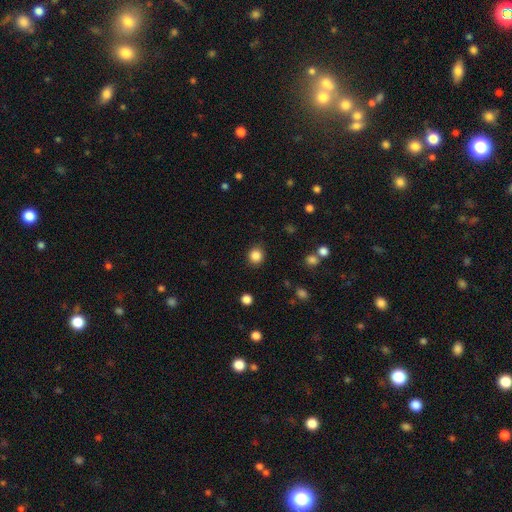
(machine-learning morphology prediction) Smooth or featured: smooth — 86% (star or artifact — 11%)
How rounded: round — 87% (in between — 12%)
Merging: none — 89% (minor disturbance — 7%)